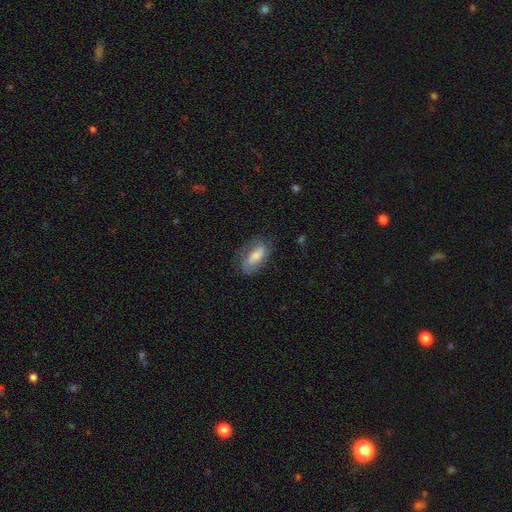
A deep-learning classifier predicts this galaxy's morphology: This appears to be a smooth galaxy with no disk features (57%) that is in between round and cigar-shaped (84%). Merging: none (67%).